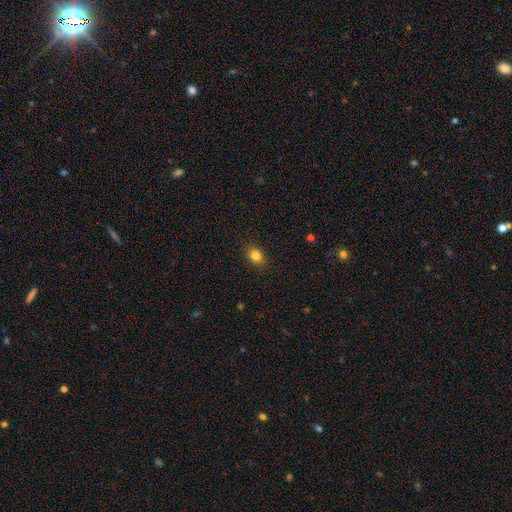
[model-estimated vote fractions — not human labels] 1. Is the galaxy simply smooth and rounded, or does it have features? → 84% smooth, 11% star or artifact, 5% featured or disk.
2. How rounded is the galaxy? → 54% in between, 44% round, 1% cigar-shaped.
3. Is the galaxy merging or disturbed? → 88% none, 9% minor disturbance, 2% major disturbance, 1% merger.